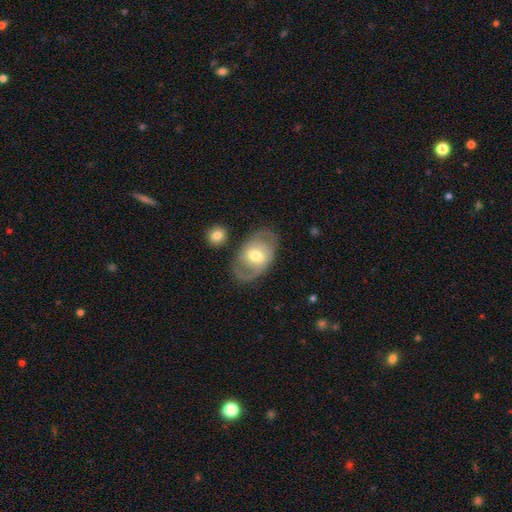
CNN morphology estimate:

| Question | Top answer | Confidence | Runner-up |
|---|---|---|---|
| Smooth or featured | featured or disk | 59% | smooth (34%) |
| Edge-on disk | no | 93% | yes (7%) |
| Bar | no | 44% | weak (43%) |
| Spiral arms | yes | 66% | no (34%) |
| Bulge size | moderate | 68% | small (21%) |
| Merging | none | 69% | minor disturbance (17%) |